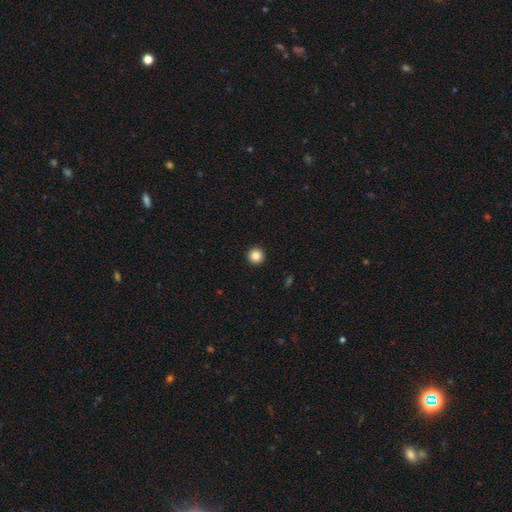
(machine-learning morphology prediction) Smooth or featured?
  - smooth: 85% *
  - star or artifact: 11%
  - featured or disk: 4%
How rounded?
  - round: 96% *
  - in between: 3%
  - cigar-shaped: 1%
Merging?
  - none: 94% *
  - minor disturbance: 4%
  - major disturbance: 1%
  - merger: 1%